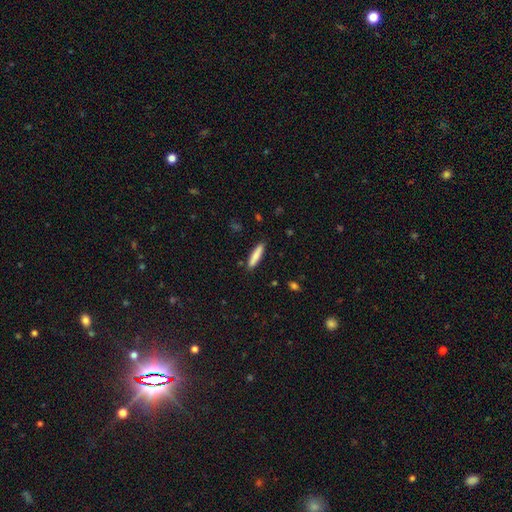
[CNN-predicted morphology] Smooth or featured? Predicted: smooth (p=0.81). How rounded? Predicted: cigar-shaped (p=0.83). Merging? Predicted: none (p=0.88).